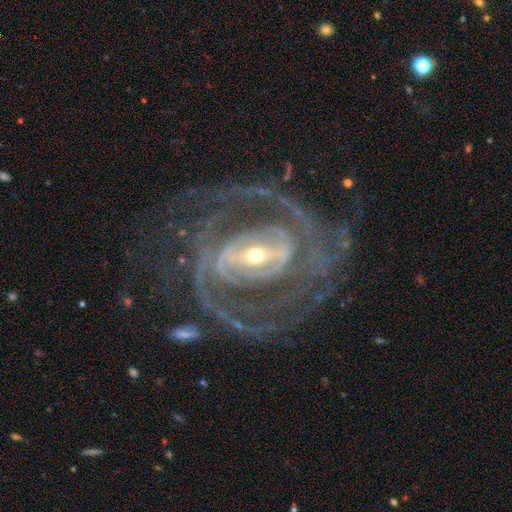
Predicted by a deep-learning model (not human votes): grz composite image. It shows a featured or disk galaxy (92%) with a strong bar (63%), 2 (46%) tight (48%) spiral arms (97%) and a small central bulge (66%). Merging: none (68%).